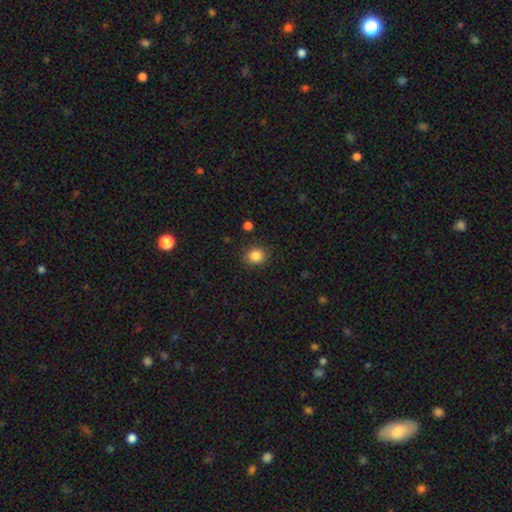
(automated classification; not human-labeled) Overall: smooth (86%). How rounded: round (73%). Merging: none (87%).